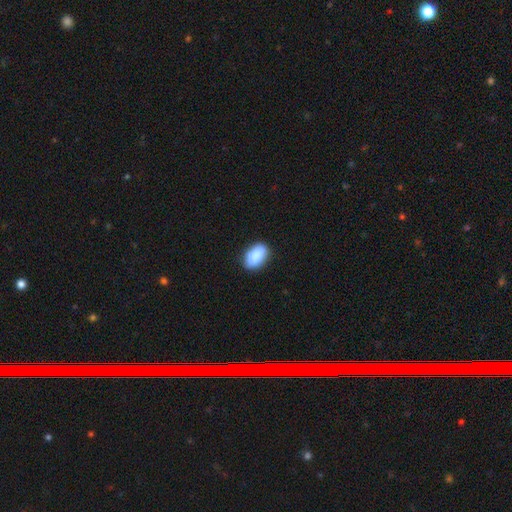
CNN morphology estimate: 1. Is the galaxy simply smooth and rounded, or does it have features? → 88% smooth, 7% star or artifact, 5% featured or disk.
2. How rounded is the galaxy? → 91% in between, 7% round, 2% cigar-shaped.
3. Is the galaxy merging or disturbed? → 80% none, 16% minor disturbance, 3% major disturbance, 2% merger.